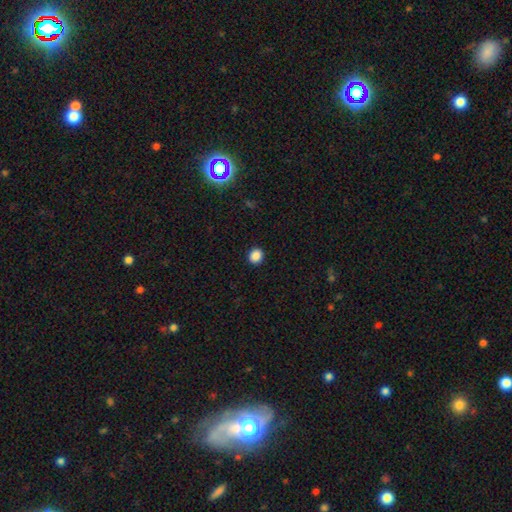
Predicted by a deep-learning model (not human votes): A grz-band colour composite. It shows a smooth galaxy with no disk features (87%) that is round (76%). Merging: none (92%).